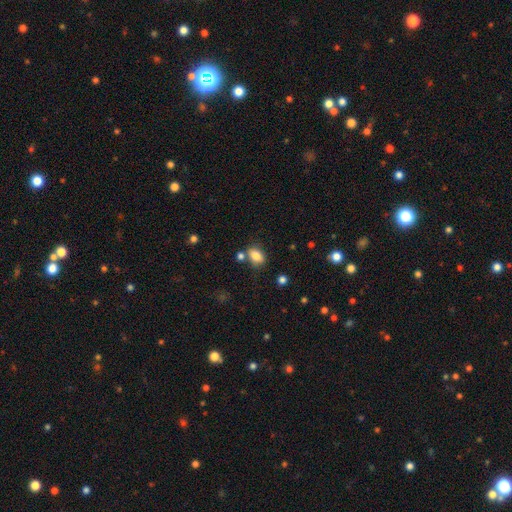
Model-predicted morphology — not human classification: smooth_or_featured: smooth (p=0.82) [alt: star or artifact p=0.10]
how_rounded: in between (p=0.74) [alt: round p=0.24]
merging: none (p=0.67) [alt: merger p=0.15]